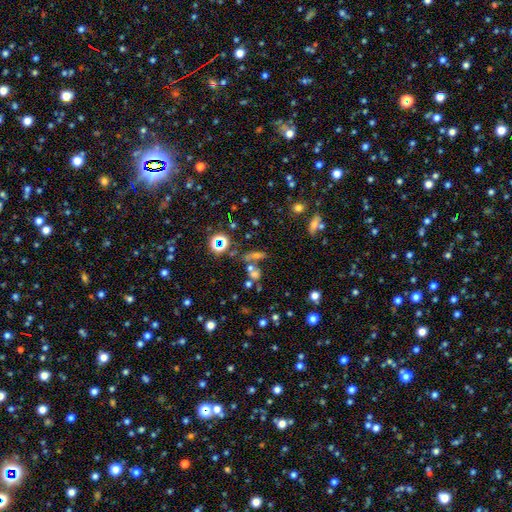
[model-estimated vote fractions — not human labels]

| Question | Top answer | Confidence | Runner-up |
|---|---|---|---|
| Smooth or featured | star or artifact | 42% | smooth (37%) |